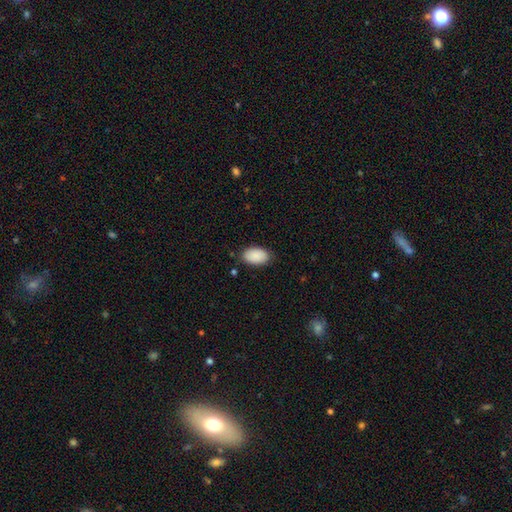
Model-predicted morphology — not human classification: smooth-or-featured: smooth: 90% | star or artifact: 6% | featured or disk: 4%
  how-rounded: in between: 95% | round: 4% | cigar-shaped: 1%
  merging: none: 81% | minor disturbance: 14% | major disturbance: 3% | merger: 1%